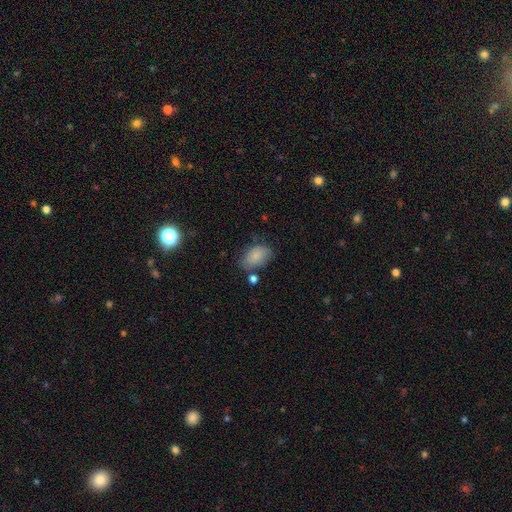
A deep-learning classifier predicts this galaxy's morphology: Smooth or featured? smooth (83%)
How rounded? in between (88%)
Merging? none (64%)